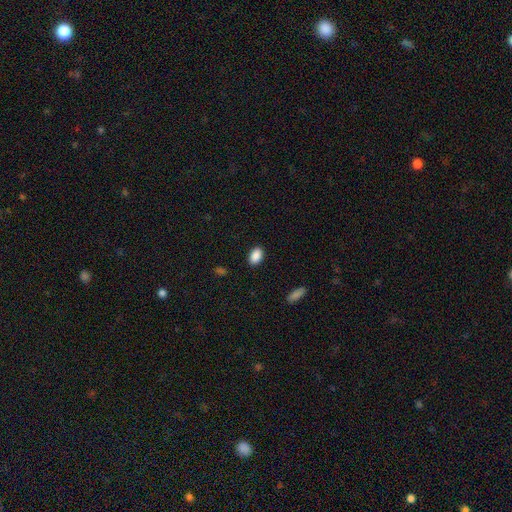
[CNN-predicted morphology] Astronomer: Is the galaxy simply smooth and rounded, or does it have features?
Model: smooth — 89%.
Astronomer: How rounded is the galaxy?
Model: in between — 87%.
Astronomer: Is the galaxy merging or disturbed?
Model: none — 89%.